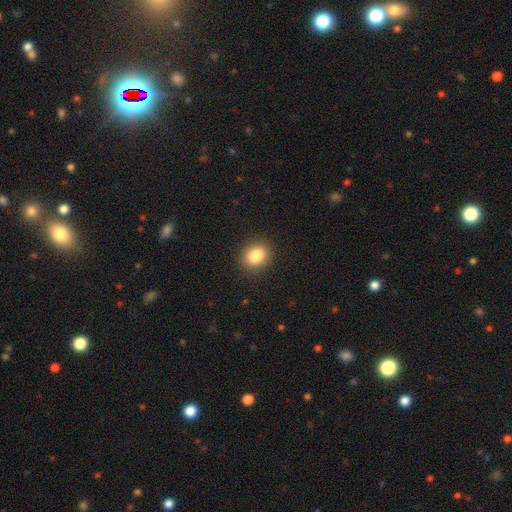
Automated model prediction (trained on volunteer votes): smooth_or_featured: smooth (p=0.84) [alt: star or artifact p=0.10]
how_rounded: round (p=0.63) [alt: in between p=0.36]
merging: none (p=0.89) [alt: minor disturbance p=0.07]